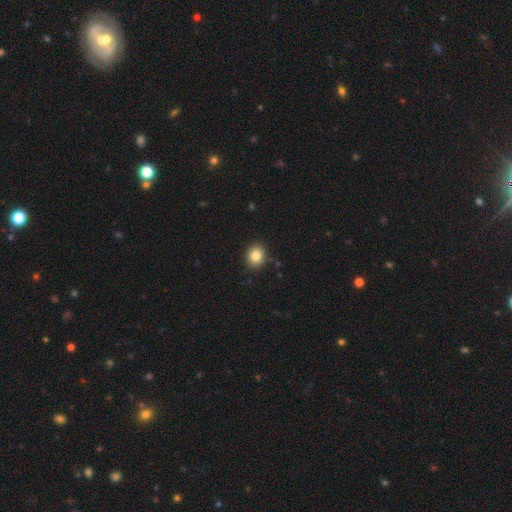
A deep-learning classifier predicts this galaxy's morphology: Smooth or featured? smooth (84%)
How rounded? round (62%)
Merging? none (89%)